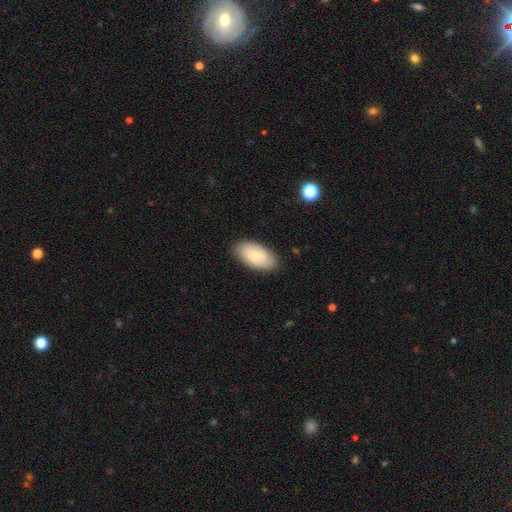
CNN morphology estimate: Overall: smooth (63%; featured or disk 31%). How rounded: in between (94%). Merging: none (84%).